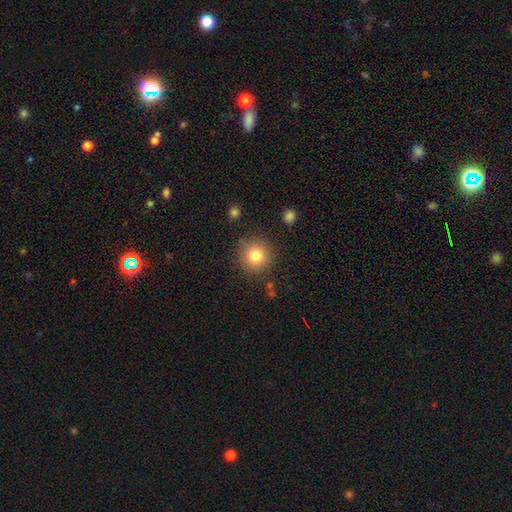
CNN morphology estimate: The model was most divided on "smooth or featured": smooth: 81%, star or artifact: 11%, featured or disk: 9%. More confident: how rounded — round (94%); merging — none (87%).